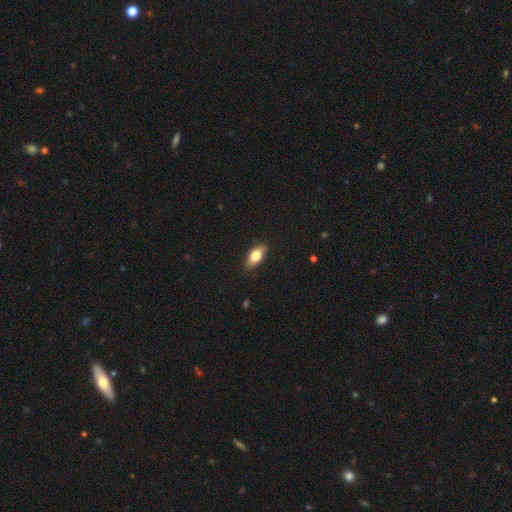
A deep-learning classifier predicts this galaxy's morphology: This appears to be a smooth galaxy with no disk features (74%) that is in between round and cigar-shaped (85%). Merging: none (86%).